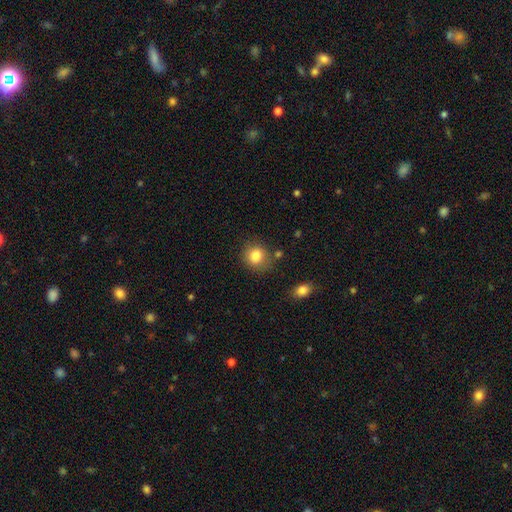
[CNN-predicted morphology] type=smooth (83%); roundness=round (79%); merging=none (78%).